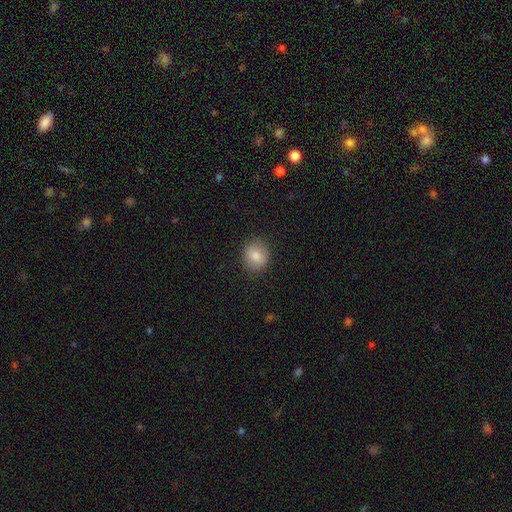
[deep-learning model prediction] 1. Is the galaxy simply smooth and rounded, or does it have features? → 82% smooth, 9% featured or disk, 8% star or artifact.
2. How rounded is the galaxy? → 74% round, 25% in between, 1% cigar-shaped.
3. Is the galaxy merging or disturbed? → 88% none, 9% minor disturbance, 3% major disturbance, 1% merger.